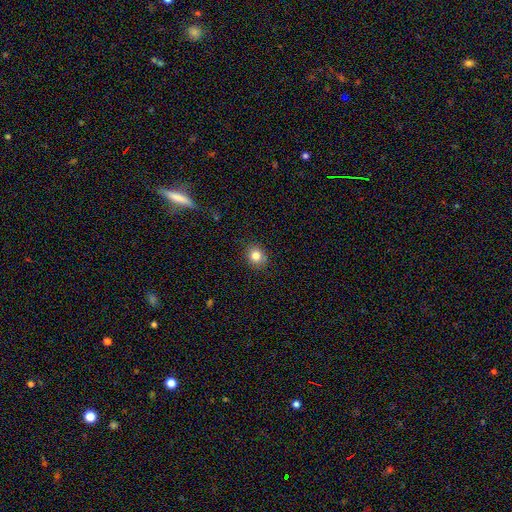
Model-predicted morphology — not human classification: This is clearly a smooth galaxy (82%). How rounded: likely round (77%). Merging: clearly none (89%).